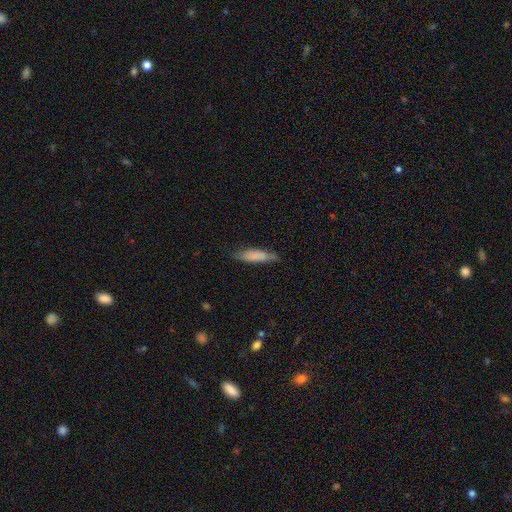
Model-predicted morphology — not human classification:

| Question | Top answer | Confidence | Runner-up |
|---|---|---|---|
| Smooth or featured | smooth | 78% | featured or disk (16%) |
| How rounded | cigar-shaped | 72% | in between (26%) |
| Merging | none | 75% | minor disturbance (20%) |